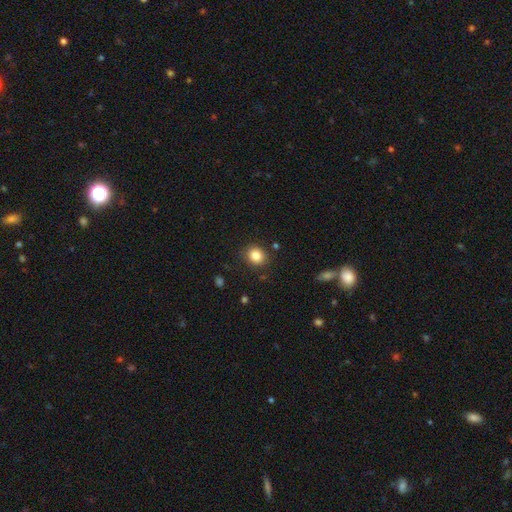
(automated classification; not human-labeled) Q: Smooth or featured?
A: smooth (84%); runner-up: star or artifact (10%)
Q: How rounded?
A: round (74%); runner-up: in between (25%)
Q: Merging?
A: none (85%); runner-up: minor disturbance (10%)